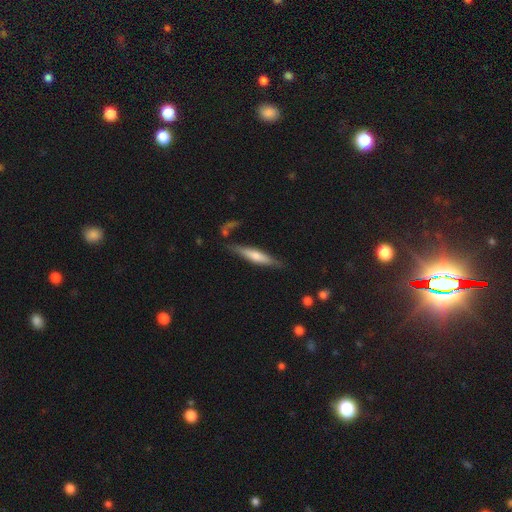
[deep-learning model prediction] This is possibly a smooth galaxy (52%). How rounded: clearly cigar-shaped (84%). Merging: likely none (75%).